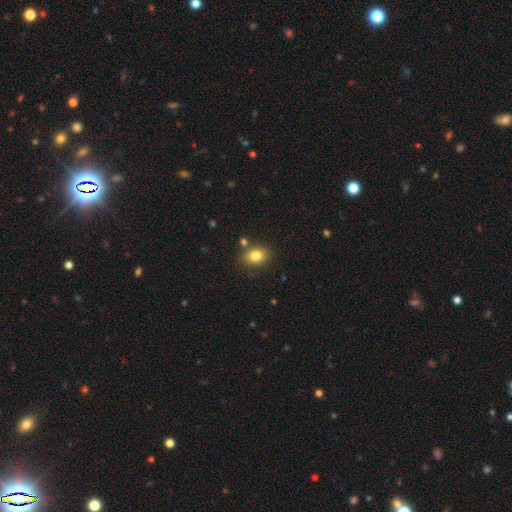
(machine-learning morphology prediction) type=smooth (82%); roundness=in between (59%); merging=none (80%).